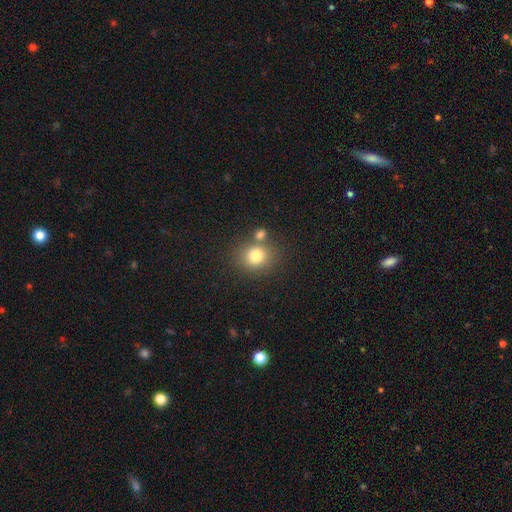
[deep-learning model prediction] Smooth or featured: smooth — 79% (star or artifact — 12%)
How rounded: round — 76% (in between — 23%)
Merging: none — 65% (merger — 21%)